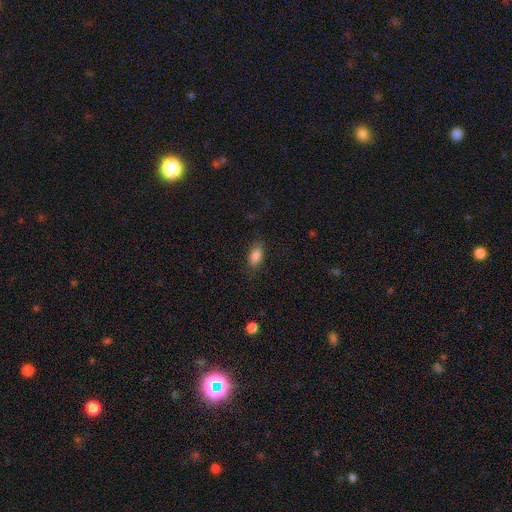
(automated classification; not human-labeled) Smooth or featured? Predicted: smooth (p=0.85). How rounded? Predicted: in between (p=0.89). Merging? Predicted: none (p=0.81).